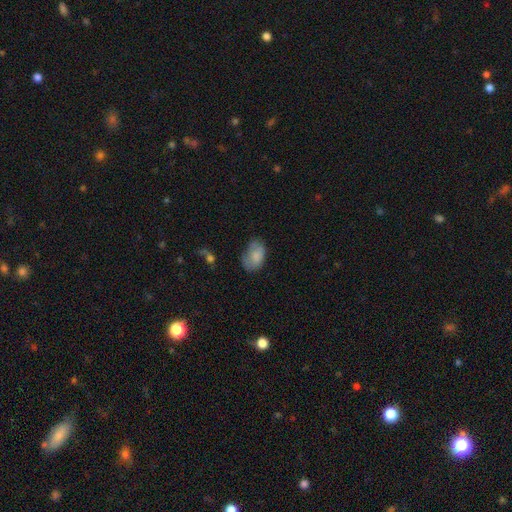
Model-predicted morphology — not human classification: smooth-or-featured: smooth: 78% | featured or disk: 14% | star or artifact: 8%
  how-rounded: in between: 90% | round: 9% | cigar-shaped: 1%
  merging: none: 53% | minor disturbance: 32% | major disturbance: 12% | merger: 3%